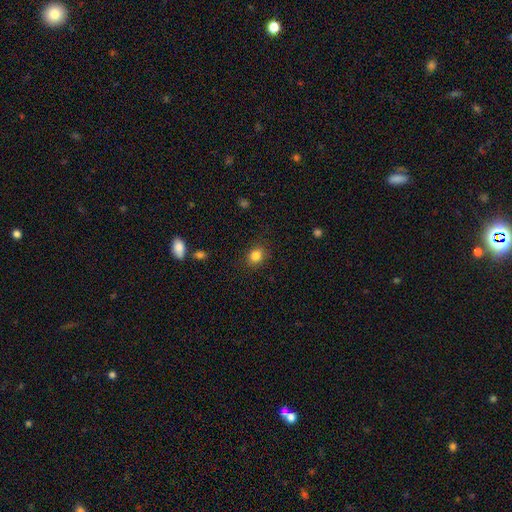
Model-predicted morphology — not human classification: This appears to be a smooth galaxy with no disk features (84%) that is round (65%). Merging: none (87%).